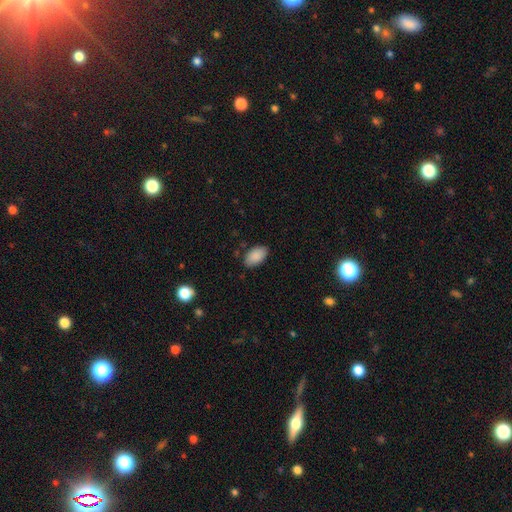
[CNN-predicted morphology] The model was most divided on "merging": none: 82%, minor disturbance: 13%, major disturbance: 3%, merger: 1%. More confident: how rounded — in between (94%); smooth or featured — smooth (89%).